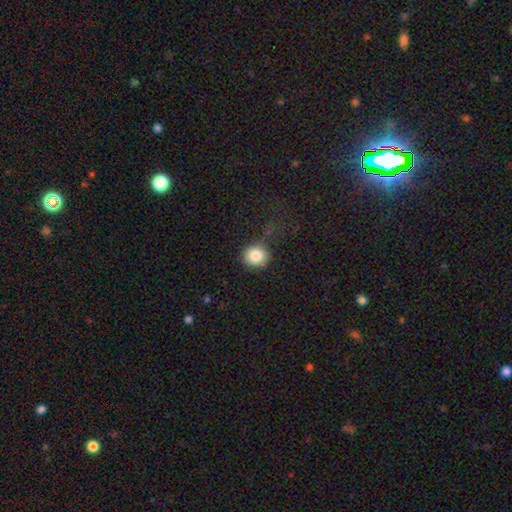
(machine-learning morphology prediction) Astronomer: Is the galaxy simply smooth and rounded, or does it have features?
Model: smooth — 85%.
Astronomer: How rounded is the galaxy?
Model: round — 83%.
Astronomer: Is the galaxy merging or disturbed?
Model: none — 70%.